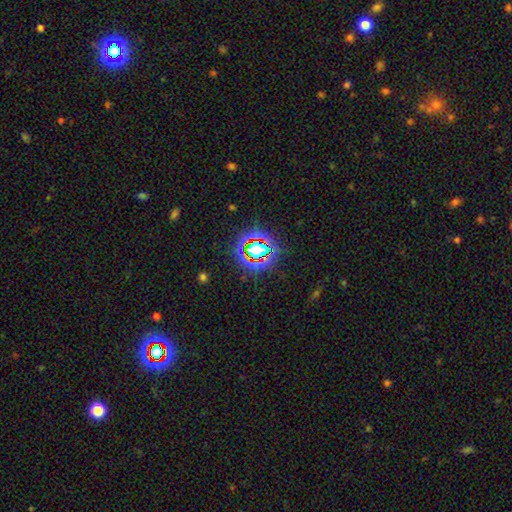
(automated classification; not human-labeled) Smooth or featured?
  - star or artifact: 74% *
  - smooth: 16%
  - featured or disk: 10%